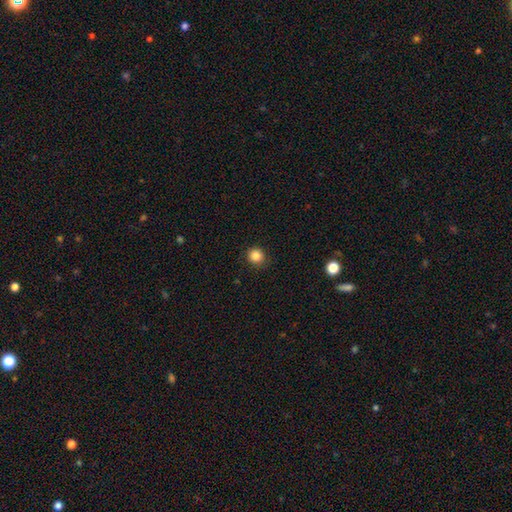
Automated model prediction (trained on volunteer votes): A smooth galaxy with no disk features (85%) that is round (91%). Merging: none (88%).